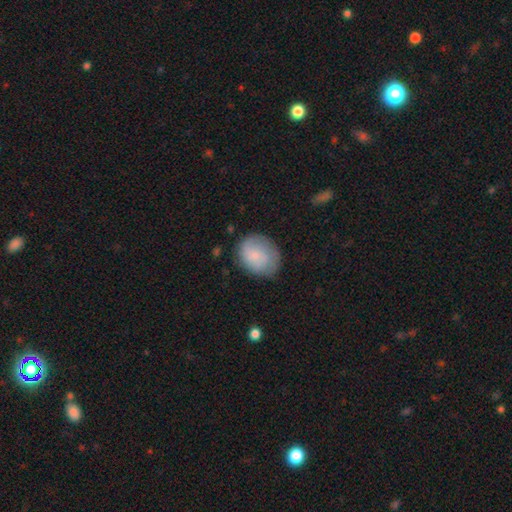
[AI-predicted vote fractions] Smooth or featured: smooth — 69% (featured or disk — 24%)
How rounded: round — 56% (in between — 43%)
Merging: none — 71% (minor disturbance — 21%)